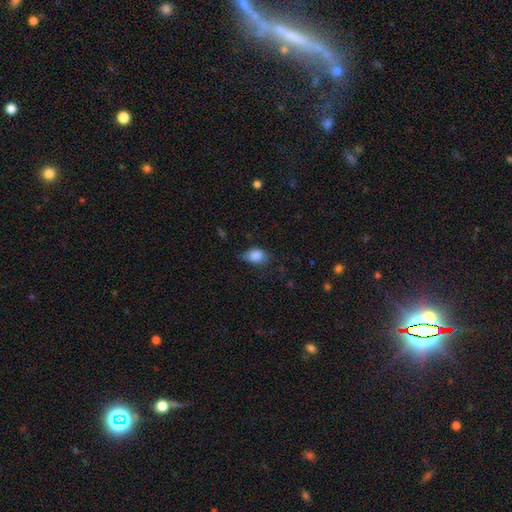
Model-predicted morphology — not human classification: type=smooth (85%); roundness=in between (74%); merging=none (54%).